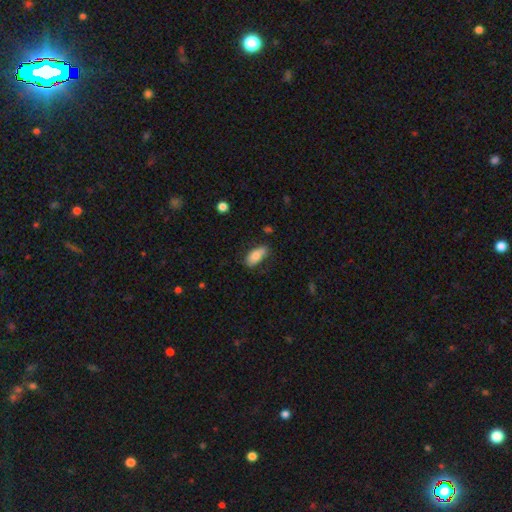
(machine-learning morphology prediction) Overall: smooth (79%). How rounded: in between (88%). Merging: none (70%).